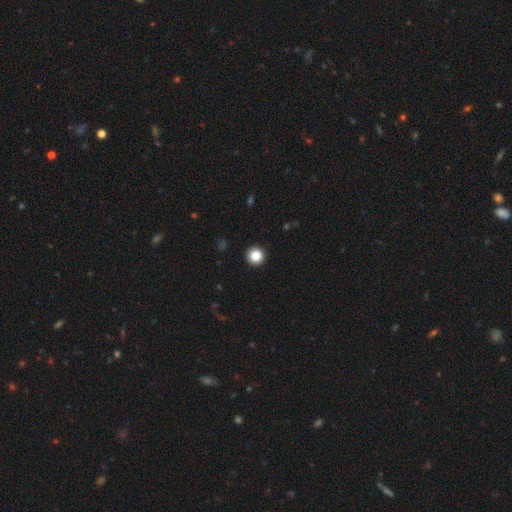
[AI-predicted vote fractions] The model was most divided on "smooth or featured": smooth: 86%, star or artifact: 11%, featured or disk: 4%. More confident: how rounded — round (96%); merging — none (94%).